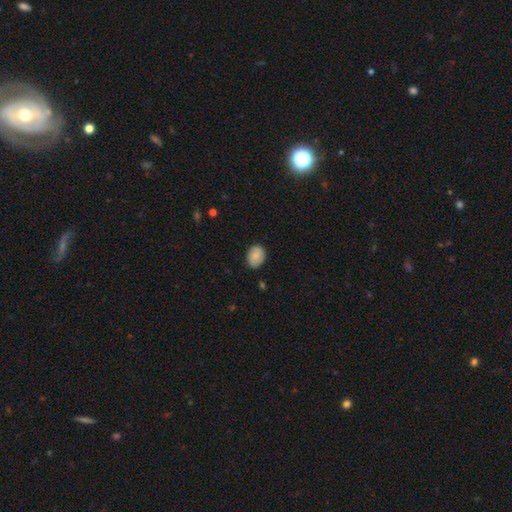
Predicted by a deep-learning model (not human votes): A smooth galaxy with no disk features (83%) that is in between round and cigar-shaped (60%). Merging: none (82%).